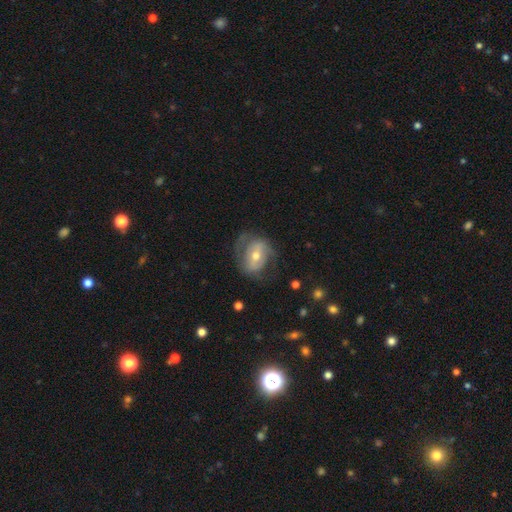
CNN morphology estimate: A featured or disk galaxy (61%) with a weak bar (37%), spiral arms (59%) and a moderate central bulge (64%).

Vote fractions:
- Smooth or featured? featured or disk: 61% / smooth: 33% / star or artifact: 7%
- Edge-on disk? no: 94% / yes: 6%
- Bar? weak: 37% / strong: 33% / no: 31%
- Spiral arms? yes: 59% / no: 41%
- Bulge size? moderate: 64% / small: 30% / large: 4% / none: 1% / dominant: 1%
- Merging? none: 58% / minor disturbance: 22% / major disturbance: 18% / merger: 2%